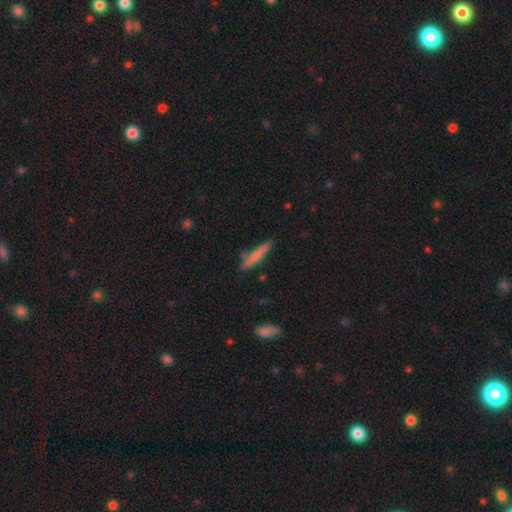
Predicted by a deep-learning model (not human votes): A smooth galaxy with no disk features (73%) that is cigar-shaped (91%). Merging: none (73%).